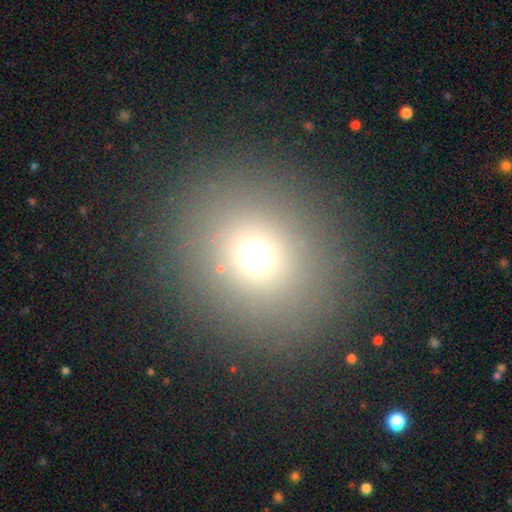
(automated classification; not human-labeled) Overall: smooth (66%). How rounded: round (81%). Merging: none (86%).